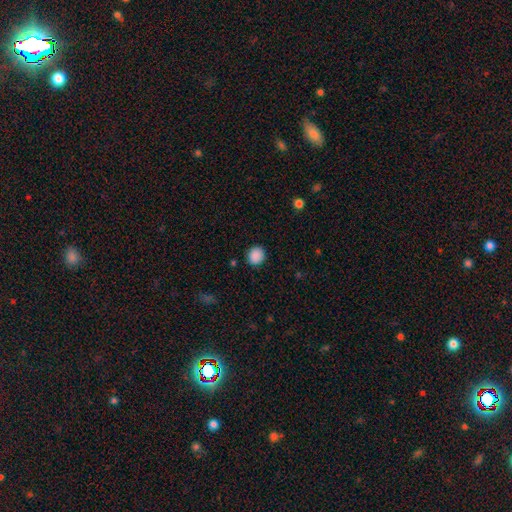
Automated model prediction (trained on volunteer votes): Smooth or featured: smooth — 89% (star or artifact — 9%)
How rounded: round — 81% (in between — 18%)
Merging: none — 88% (minor disturbance — 8%)